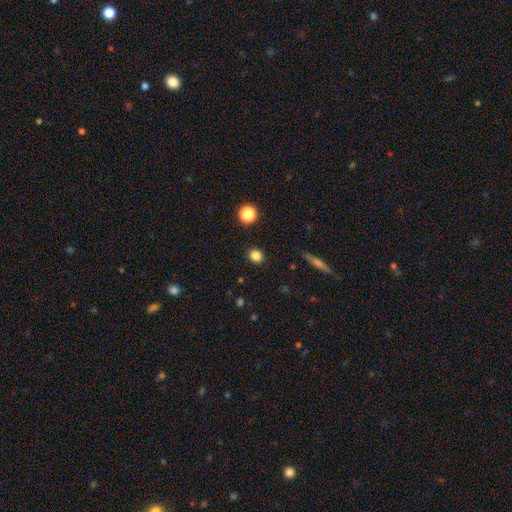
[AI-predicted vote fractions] Morphology: type=smooth (84%); roundness=round (73%); merging=none (90%).